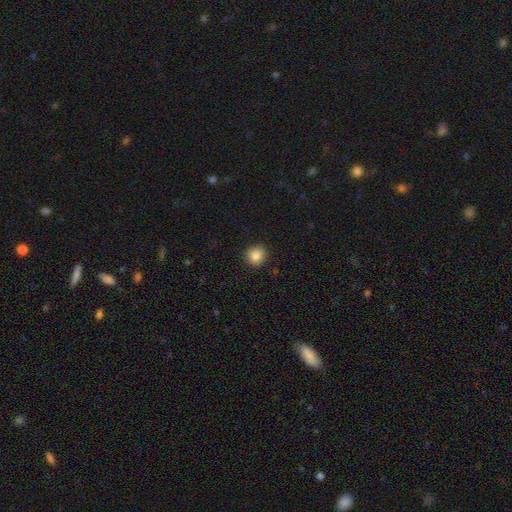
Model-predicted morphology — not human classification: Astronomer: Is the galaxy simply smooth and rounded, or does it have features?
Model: smooth — 86%.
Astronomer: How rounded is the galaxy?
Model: round — 90%.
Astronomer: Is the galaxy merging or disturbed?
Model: none — 92%.